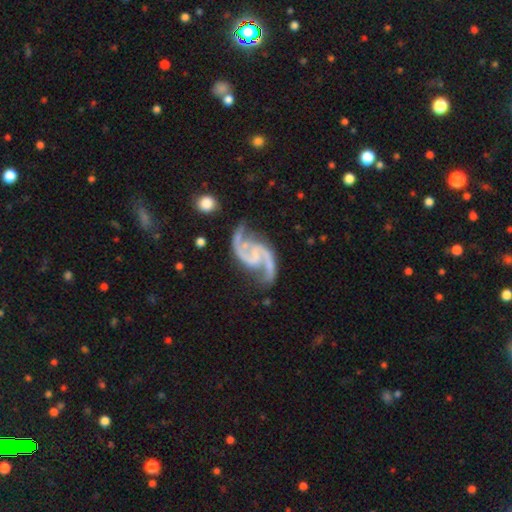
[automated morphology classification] Smooth or featured? featured or disk (94%)
Edge-on disk? no (98%)
Bar? no (40%, tied with weak)
Spiral arms? yes (98%)
Spiral winding? medium (48%)
Spiral arm count? 2 (93%)
Bulge size? none (51%)
Merging? none (67%)